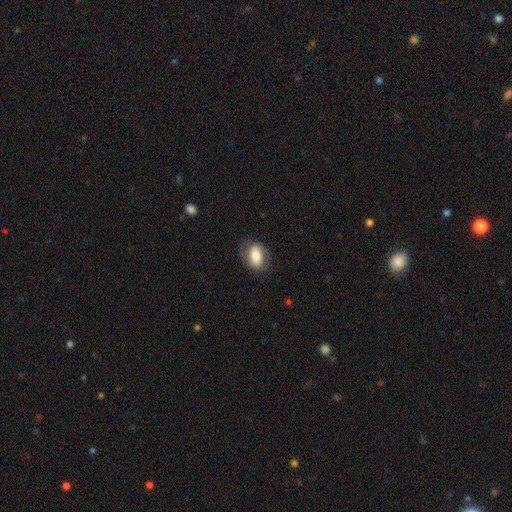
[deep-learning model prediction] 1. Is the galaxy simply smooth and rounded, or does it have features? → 66% smooth, 27% featured or disk, 7% star or artifact.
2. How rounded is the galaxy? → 82% in between, 16% round, 2% cigar-shaped.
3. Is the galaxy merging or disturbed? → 75% none, 18% minor disturbance, 6% major disturbance, 1% merger.